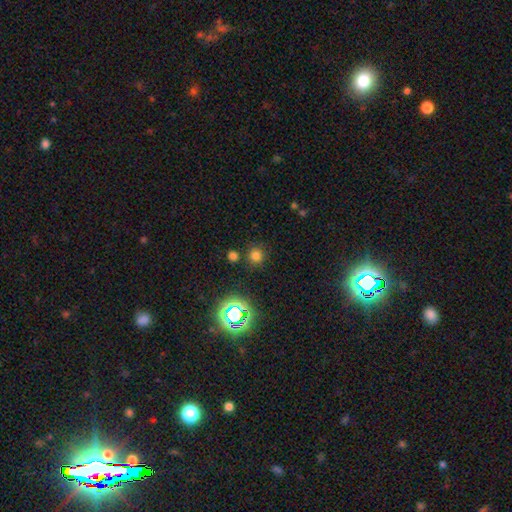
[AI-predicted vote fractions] smooth 69%, star or artifact 25%, featured or disk 6%. Down the decision tree: how rounded — round (92%); merging — none (82%).